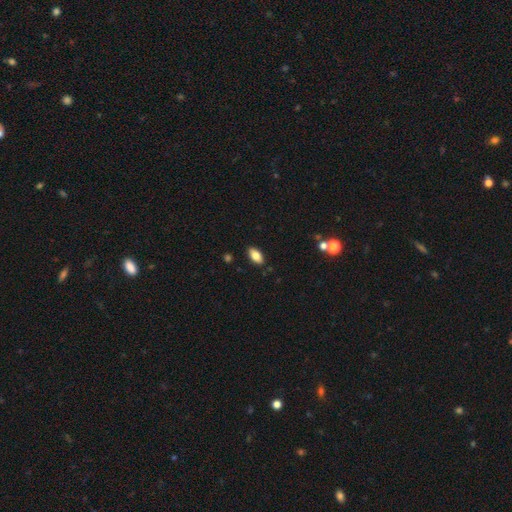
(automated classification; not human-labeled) smooth 81%, featured or disk 11%, star or artifact 8%. Down the decision tree: how rounded — in between (91%); merging — none (87%).